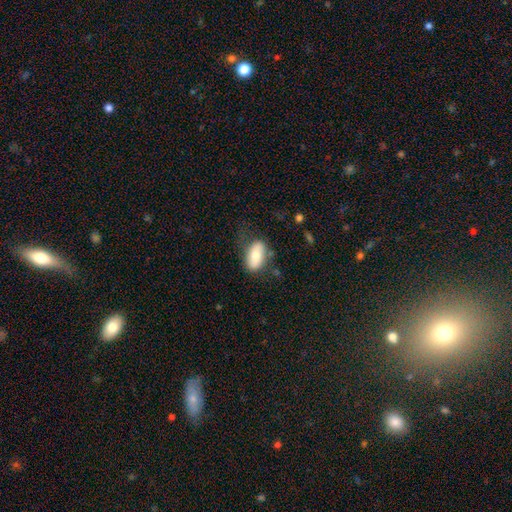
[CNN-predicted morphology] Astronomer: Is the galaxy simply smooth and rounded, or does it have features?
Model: smooth — 70%.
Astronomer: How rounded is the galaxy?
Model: in between — 91%.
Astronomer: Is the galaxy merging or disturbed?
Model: none — 63%.